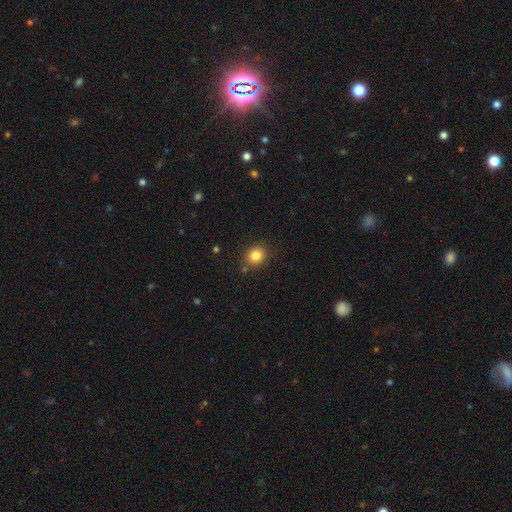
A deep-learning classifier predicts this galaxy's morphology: The model was most divided on "how rounded": round: 75%, in between: 24%, cigar-shaped: 1%. More confident: merging — none (85%); smooth or featured — smooth (83%).